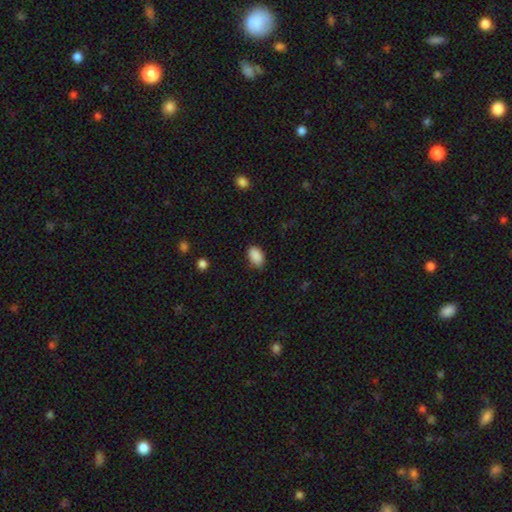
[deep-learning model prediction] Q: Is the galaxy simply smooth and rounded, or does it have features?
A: smooth — 89%.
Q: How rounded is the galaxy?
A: in between — 88%.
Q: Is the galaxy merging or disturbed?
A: none — 78%.